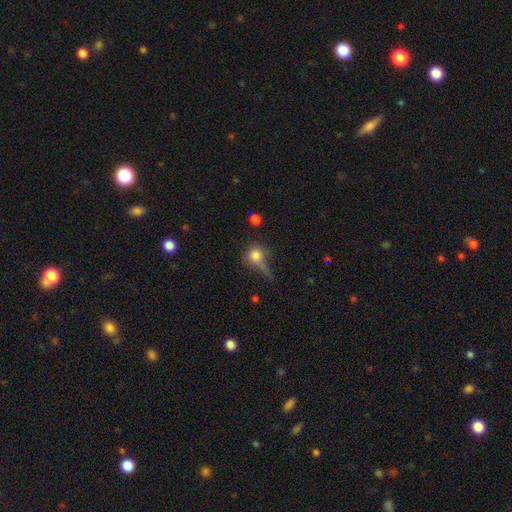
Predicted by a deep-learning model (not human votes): The model was most divided on "merging": none: 41%, minor disturbance: 25%, major disturbance: 23%, merger: 11%. More confident: how rounded — round (80%); smooth or featured — smooth (76%).